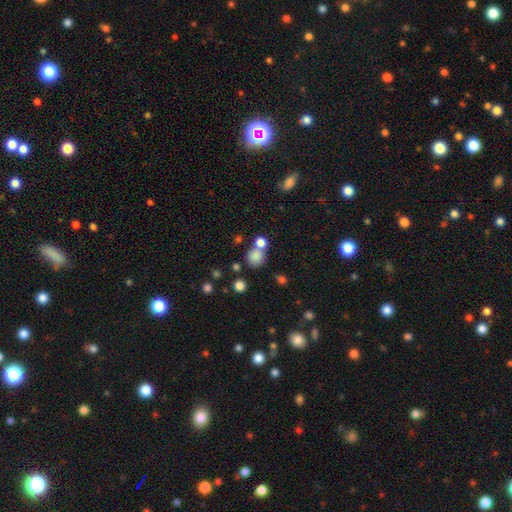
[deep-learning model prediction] Overall: smooth (81%). How rounded: round (83%). Merging: none (57%; merger 28%).